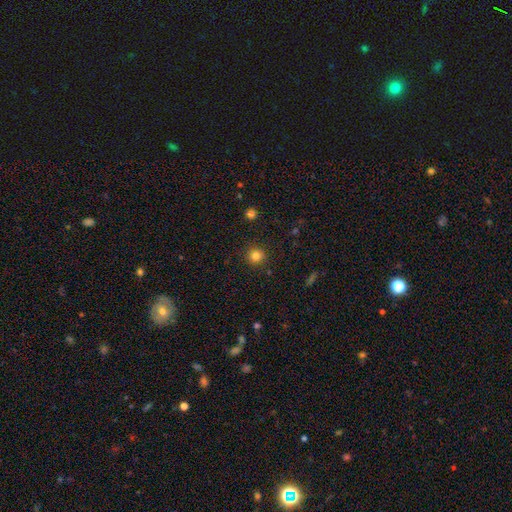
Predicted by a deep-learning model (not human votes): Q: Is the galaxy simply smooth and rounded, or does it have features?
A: smooth — 82%.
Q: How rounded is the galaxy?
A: round — 93%.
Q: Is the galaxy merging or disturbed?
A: none — 91%.